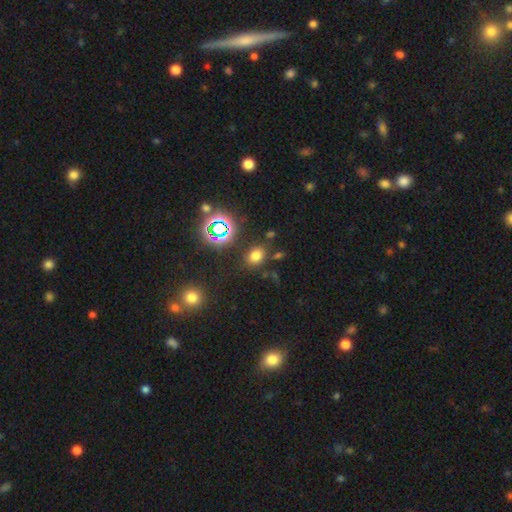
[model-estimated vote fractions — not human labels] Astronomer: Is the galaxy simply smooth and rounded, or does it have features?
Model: smooth — 68%.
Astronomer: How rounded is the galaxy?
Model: in between — 56% (runner-up: round, 43%).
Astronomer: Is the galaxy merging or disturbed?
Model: none — 79%.